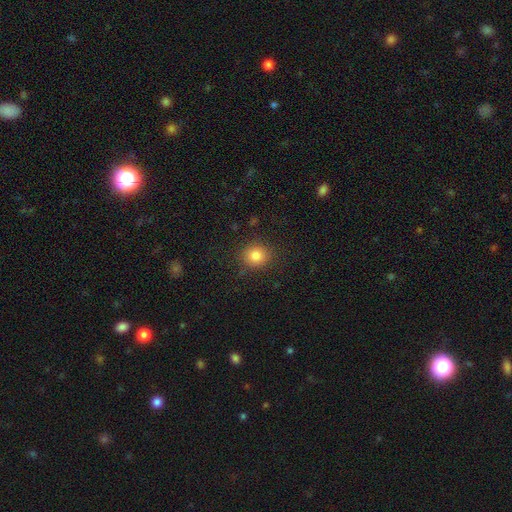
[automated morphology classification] Smooth or featured? Predicted: smooth (p=0.82). How rounded? Predicted: round (p=0.83). Merging? Predicted: none (p=0.86).